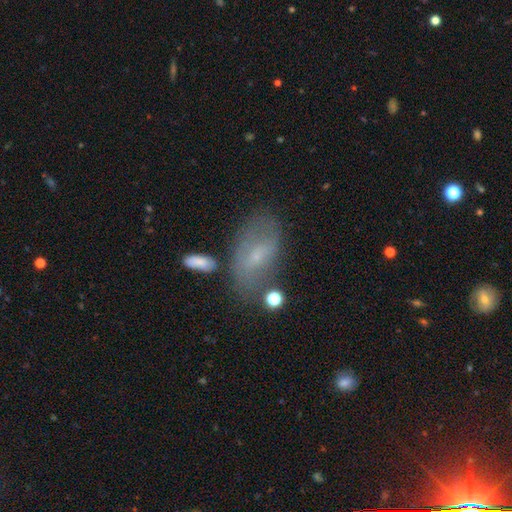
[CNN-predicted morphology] This appears to be a featured or disk galaxy (46%). Merging: none (56%).